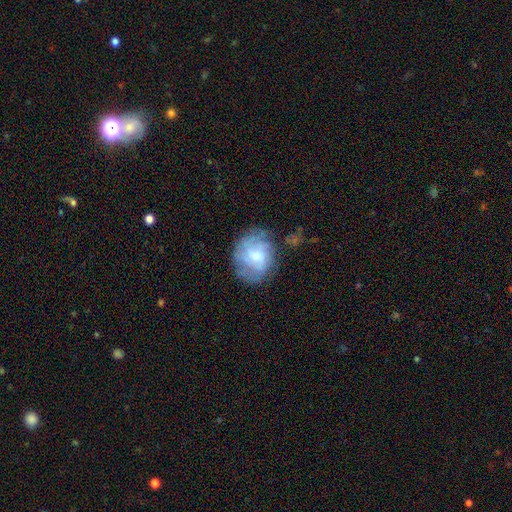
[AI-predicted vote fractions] Smooth or featured: featured or disk — 52% (smooth — 40%)
Edge-on disk: no — 97% (yes — 3%)
Bar: no — 66% (weak — 30%)
Spiral arms: yes — 72% (no — 28%)
Bulge size: small — 39% (tied with moderate — 39%)
Merging: none — 63% (minor disturbance — 21%)